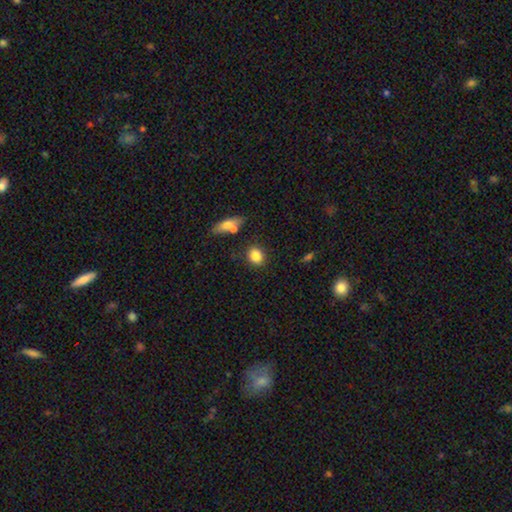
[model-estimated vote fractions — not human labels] Smooth or featured? Predicted: smooth (p=0.84). How rounded? Predicted: round (p=0.66). Merging? Predicted: none (p=0.82).